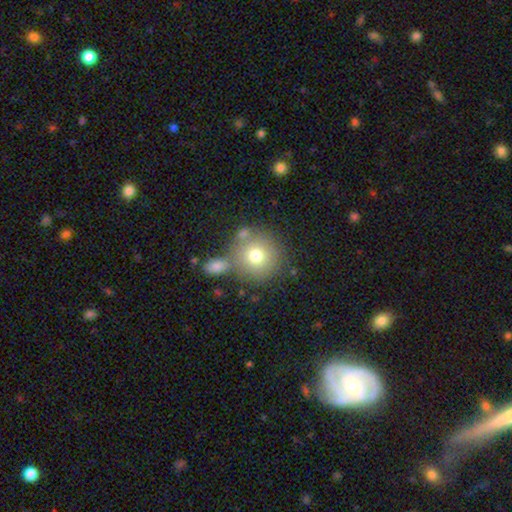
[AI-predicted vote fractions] A smooth galaxy with no disk features (73%) that is round (93%). Merging: none (68%).